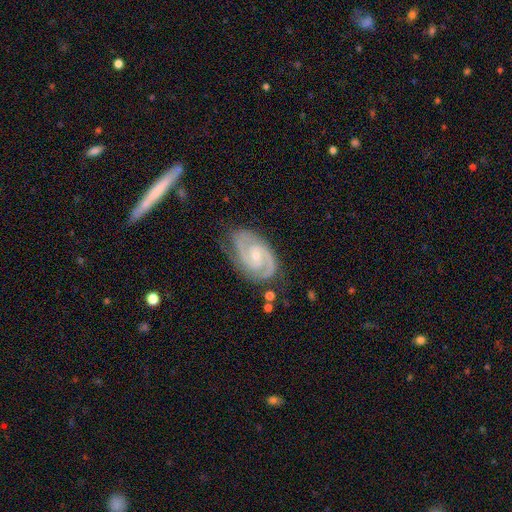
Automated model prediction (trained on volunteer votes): This appears to be a featured or disk galaxy (92%) with no bar (57%), 2 (87%) tight (52%) spiral arms (98%) and a small central bulge (67%). Merging: none (77%).